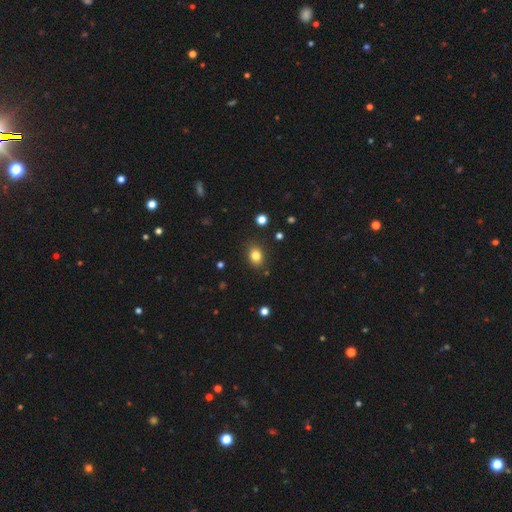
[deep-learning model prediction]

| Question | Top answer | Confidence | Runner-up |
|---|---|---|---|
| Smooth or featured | smooth | 82% | star or artifact (12%) |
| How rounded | in between | 60% | round (39%) |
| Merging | none | 85% | minor disturbance (11%) |